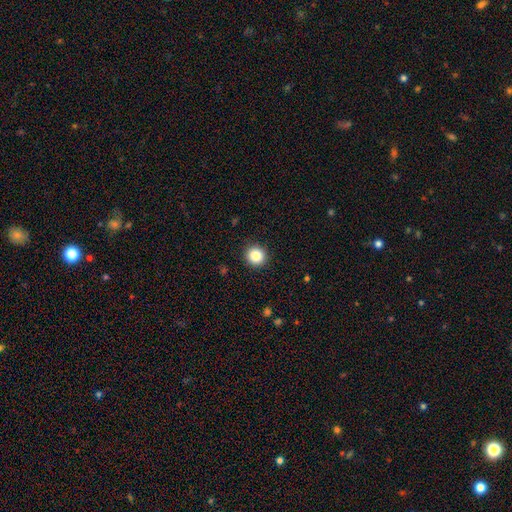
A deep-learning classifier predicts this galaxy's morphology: The model was most divided on "smooth or featured": smooth: 85%, star or artifact: 10%, featured or disk: 4%. More confident: how rounded — round (92%); merging — none (92%).